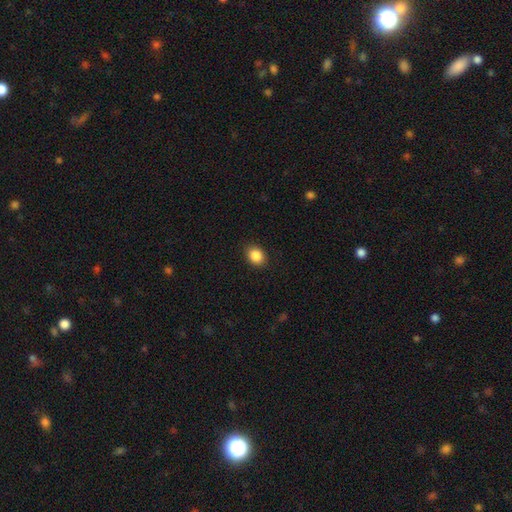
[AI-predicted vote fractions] Smooth or featured?
  - smooth: 87% *
  - star or artifact: 9%
  - featured or disk: 4%
How rounded?
  - in between: 50% *
  - round: 49%
  - cigar-shaped: 1%
Merging?
  - none: 88% *
  - minor disturbance: 8%
  - major disturbance: 2%
  - merger: 1%